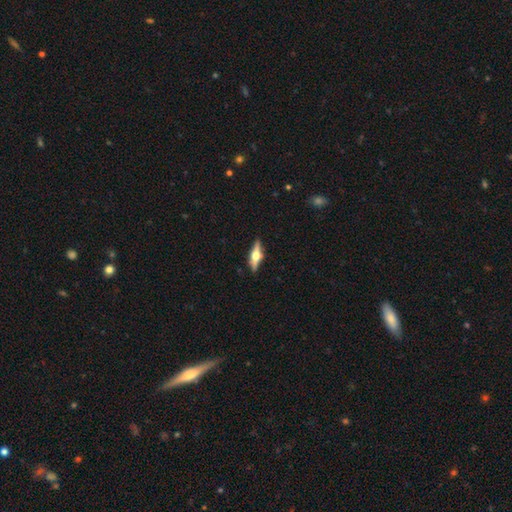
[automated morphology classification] The model was most divided on "smooth or featured": featured or disk: 71%, smooth: 23%, star or artifact: 6%. More confident: edge-on disk — yes (96%); edge-on bulge — rounded (95%); merging — none (88%).